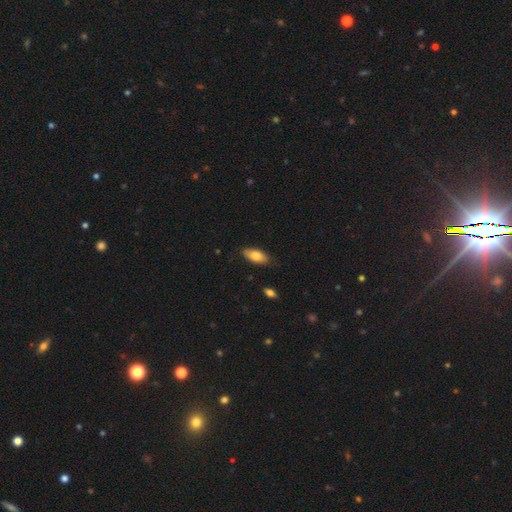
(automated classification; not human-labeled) Q: Smooth or featured?
A: smooth (79%); runner-up: featured or disk (15%)
Q: How rounded?
A: in between (85%); runner-up: cigar-shaped (12%)
Q: Merging?
A: none (81%); runner-up: minor disturbance (15%)